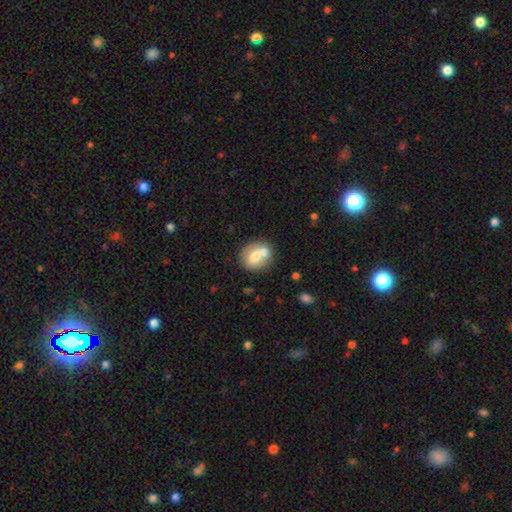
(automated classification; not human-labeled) Smooth or featured?
  - smooth: 61% *
  - featured or disk: 32%
  - star or artifact: 8%
How rounded?
  - round: 58% *
  - in between: 40%
  - cigar-shaped: 2%
Merging?
  - none: 48% *
  - merger: 34%
  - minor disturbance: 13%
  - major disturbance: 5%